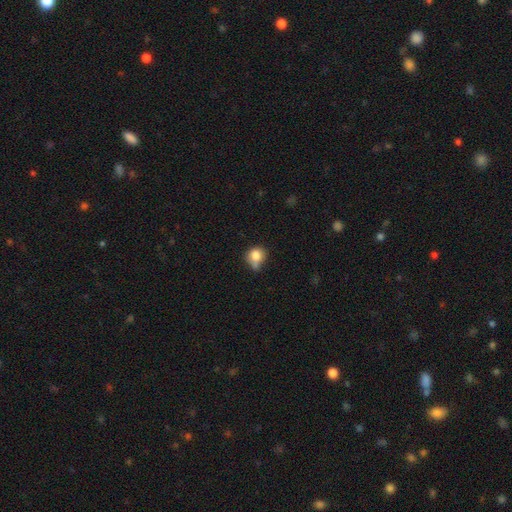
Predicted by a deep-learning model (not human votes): Smooth or featured: smooth — 79% (star or artifact — 11%)
How rounded: round — 76% (in between — 23%)
Merging: none — 46% (minor disturbance — 30%)